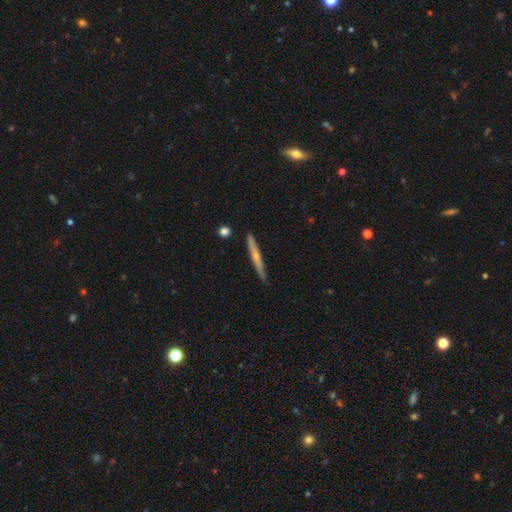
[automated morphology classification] Smooth or featured?
  - featured or disk: 51% *
  - smooth: 43%
  - star or artifact: 6%
Edge-on disk?
  - yes: 96% *
  - no: 4%
Merging?
  - none: 88% *
  - minor disturbance: 9%
  - merger: 2%
  - major disturbance: 2%